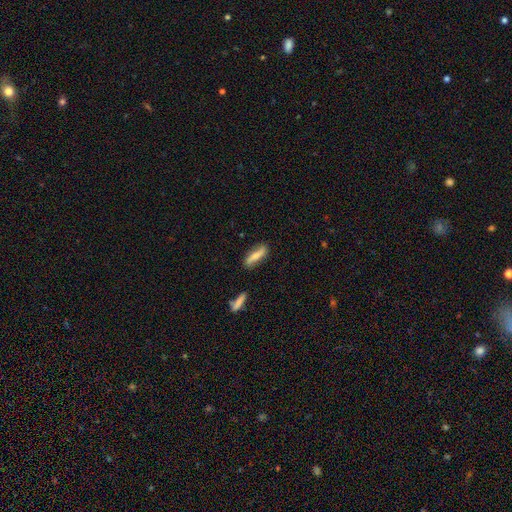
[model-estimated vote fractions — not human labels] This appears to be a smooth galaxy with no disk features (64%) that is cigar-shaped (62%). Merging: none (78%).